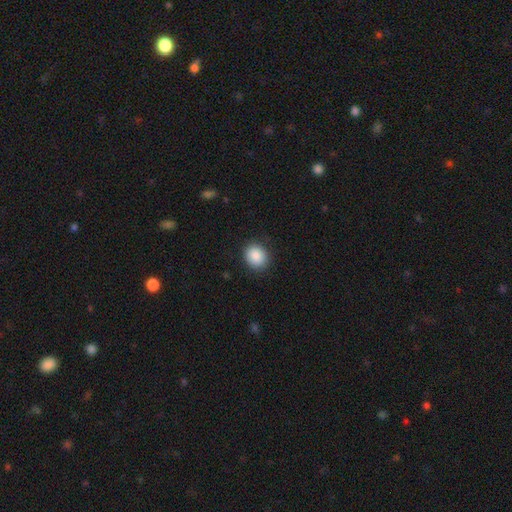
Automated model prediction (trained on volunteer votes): Morphology: type=smooth (88%); roundness=round (74%); merging=none (88%).